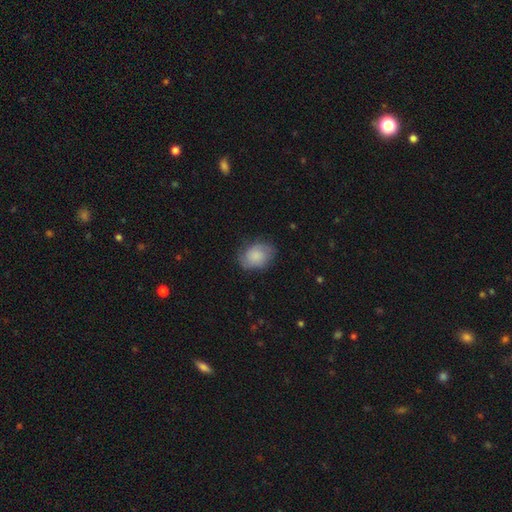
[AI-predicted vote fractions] Smooth or featured?
  - smooth: 72% *
  - featured or disk: 21%
  - star or artifact: 7%
How rounded?
  - in between: 65% *
  - round: 34%
  - cigar-shaped: 1%
Merging?
  - none: 67% *
  - minor disturbance: 24%
  - major disturbance: 8%
  - merger: 1%